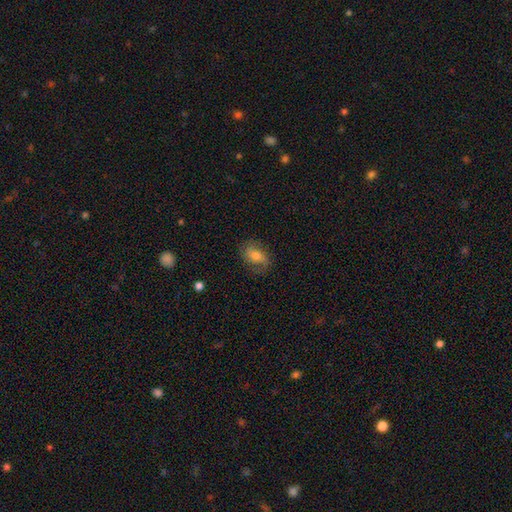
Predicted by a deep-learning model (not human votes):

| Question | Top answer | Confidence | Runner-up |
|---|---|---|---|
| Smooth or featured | smooth | 47% | featured or disk (43%) |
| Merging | none | 72% | minor disturbance (19%) |